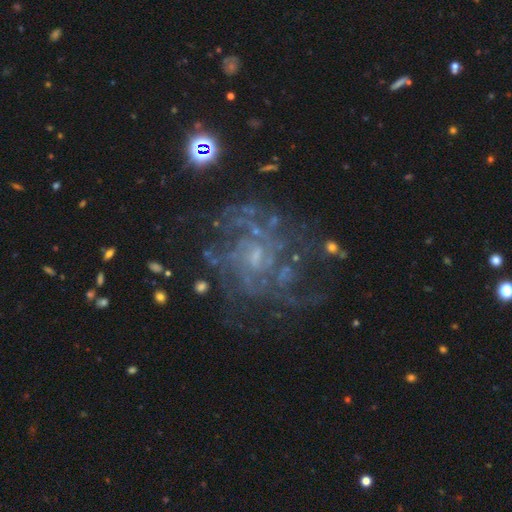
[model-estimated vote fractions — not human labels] smooth-or-featured: featured or disk: 77% | star or artifact: 14% | smooth: 8%
  disk-edge-on: no: 98% | yes: 2%
    bar: no: 69% | weak: 26% | strong: 5%
    has-spiral-arms: yes: 83% | no: 17%
      spiral-winding: tight: 53% | medium: 34% | loose: 13%
      spiral-arm-count: can't tell: 48% | more than 4: 13% | 4: 13% | 3: 11% | 2: 9% | 1: 6%
    bulge-size: small: 63% | moderate: 20% | none: 14% | large: 2% | dominant: 1%
  merging: none: 67% | minor disturbance: 15% | major disturbance: 15% | merger: 3%